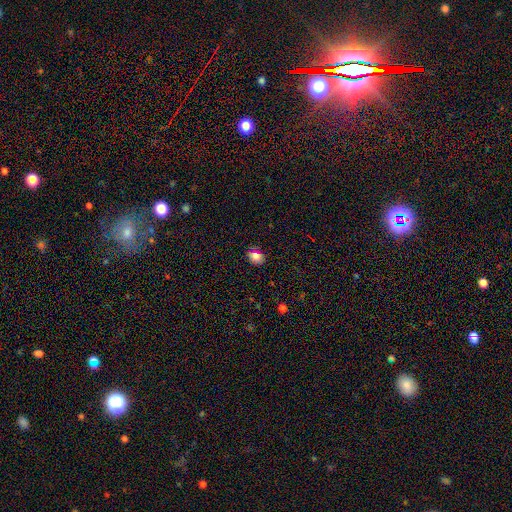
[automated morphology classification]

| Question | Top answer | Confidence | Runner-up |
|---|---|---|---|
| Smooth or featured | smooth | 80% | star or artifact (12%) |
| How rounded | in between | 60% | round (38%) |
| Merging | none | 81% | minor disturbance (14%) |